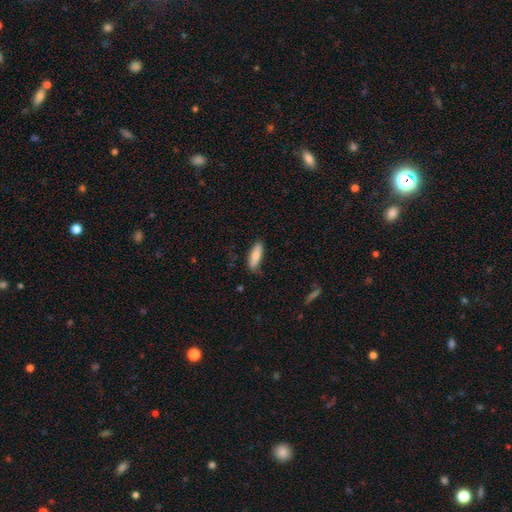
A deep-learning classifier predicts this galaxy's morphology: A smooth galaxy with no disk features (79%) that is in between round and cigar-shaped (52%).

Vote fractions:
- Smooth or featured? smooth: 79% / featured or disk: 15% / star or artifact: 6%
- How rounded? in between: 52% / cigar-shaped: 46% / round: 2%
- Merging? none: 78% / minor disturbance: 18% / major disturbance: 3% / merger: 1%